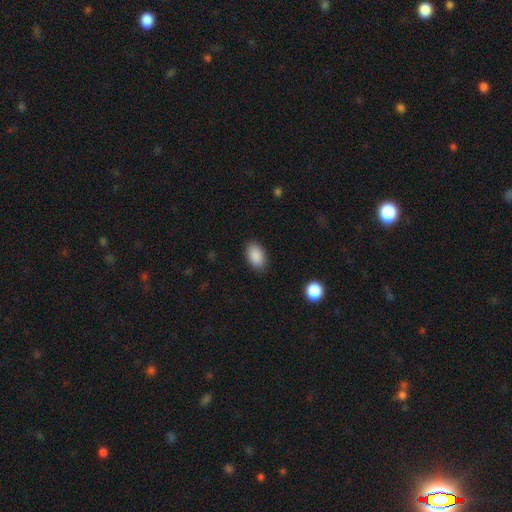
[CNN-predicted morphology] Smooth or featured?
  - smooth: 90% *
  - star or artifact: 7%
  - featured or disk: 3%
How rounded?
  - in between: 91% *
  - round: 8%
  - cigar-shaped: 1%
Merging?
  - none: 87% *
  - minor disturbance: 10%
  - major disturbance: 2%
  - merger: 1%